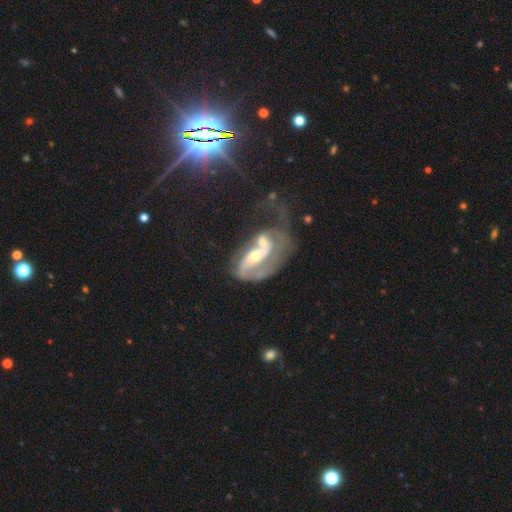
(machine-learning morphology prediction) Smooth or featured? Predicted: featured or disk (p=0.77). Edge-on disk? Predicted: no (p=0.94). Bar? Predicted: no (p=0.46). Spiral arms? Predicted: yes (p=0.81). Spiral winding? Predicted: loose (p=0.38, tied with medium). Spiral arm count? Predicted: 2 (p=0.56). Bulge size? Predicted: moderate (p=0.58). Merging? Predicted: merger (p=0.52).